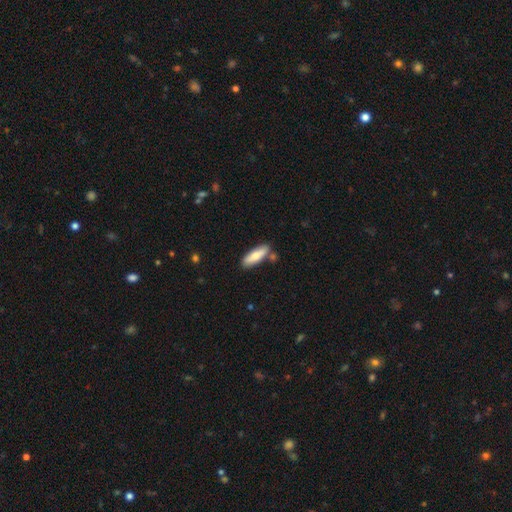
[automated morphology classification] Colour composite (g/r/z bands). It shows a smooth galaxy with no disk features (70%) that is cigar-shaped (51%). Merging: none (78%).